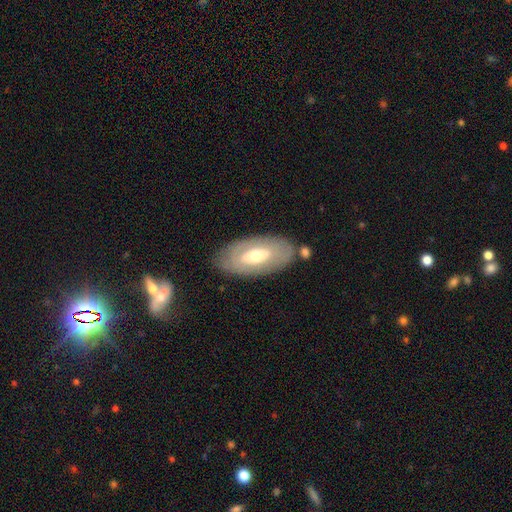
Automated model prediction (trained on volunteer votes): This appears to be a featured or disk galaxy (52%). Merging: none (76%).